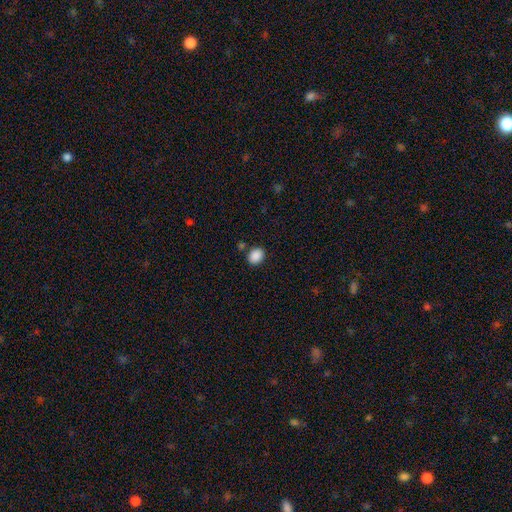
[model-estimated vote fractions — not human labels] Smooth or featured: smooth — 89% (star or artifact — 9%)
How rounded: round — 51% (in between — 48%)
Merging: none — 82% (minor disturbance — 10%)